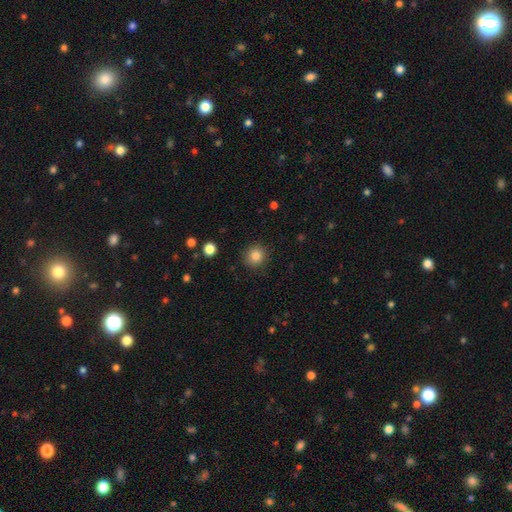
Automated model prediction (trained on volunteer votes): This appears to be a smooth galaxy with no disk features (84%) that is round (91%). Merging: none (89%).